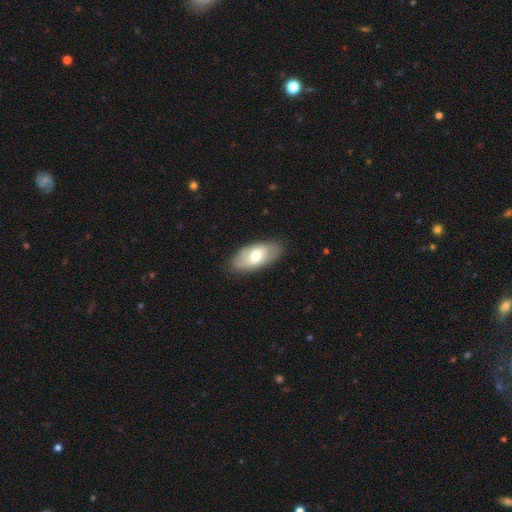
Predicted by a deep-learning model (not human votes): Smooth or featured?
  - smooth: 58% *
  - featured or disk: 37%
  - star or artifact: 6%
How rounded?
  - in between: 91% *
  - cigar-shaped: 6%
  - round: 3%
Merging?
  - none: 83% *
  - minor disturbance: 13%
  - major disturbance: 3%
  - merger: 1%